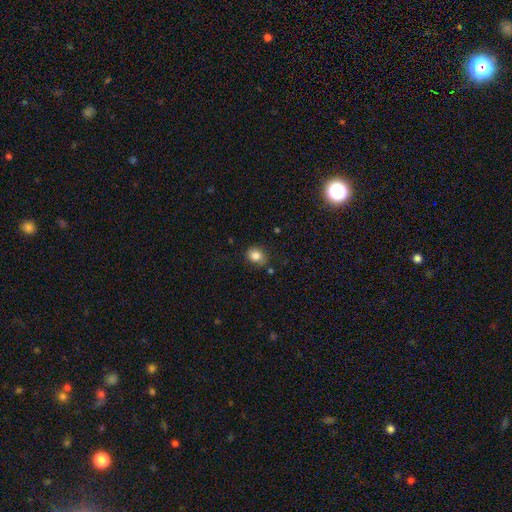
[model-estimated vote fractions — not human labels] Q: Smooth or featured?
A: smooth (84%); runner-up: star or artifact (10%)
Q: How rounded?
A: round (53%); runner-up: in between (46%)
Q: Merging?
A: none (74%); runner-up: minor disturbance (18%)